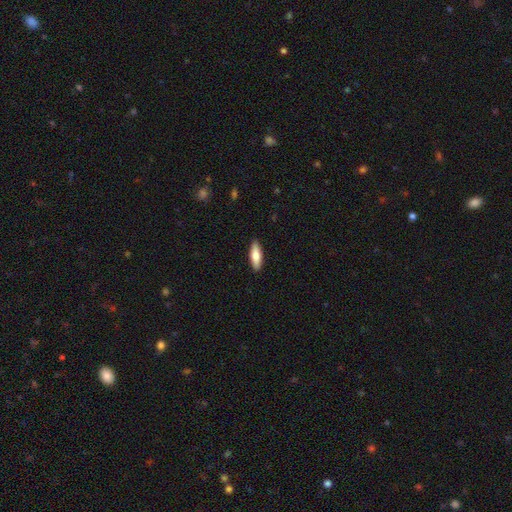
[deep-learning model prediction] Overall: smooth (76%). How rounded: in between (51%; cigar-shaped 47%). Merging: none (90%).